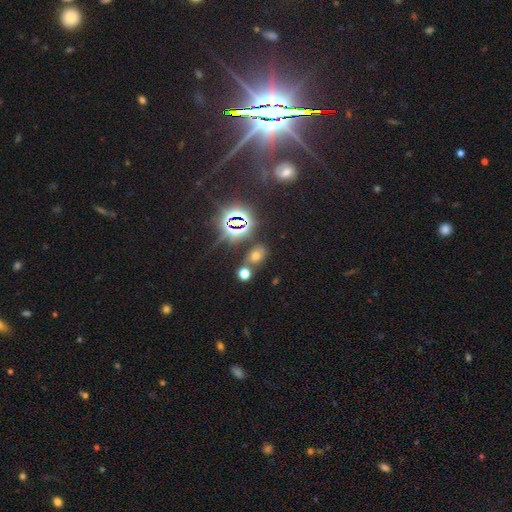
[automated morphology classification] Smooth or featured? Predicted: smooth (p=0.48). Merging? Predicted: none (p=0.69).